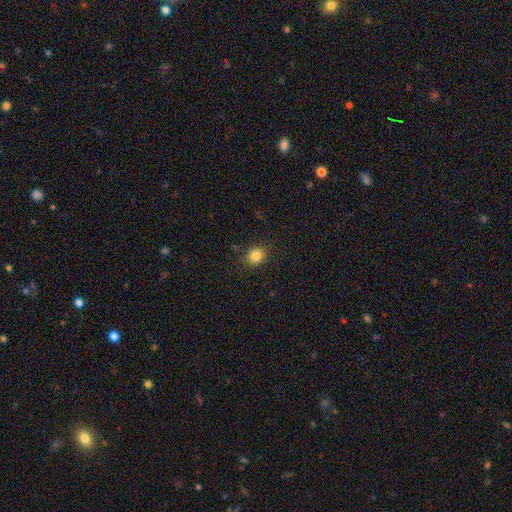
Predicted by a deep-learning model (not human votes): smooth-or-featured: smooth: 83% | star or artifact: 11% | featured or disk: 5%
  how-rounded: round: 67% | in between: 33% | cigar-shaped: 1%
  merging: none: 87% | minor disturbance: 9% | major disturbance: 3% | merger: 1%